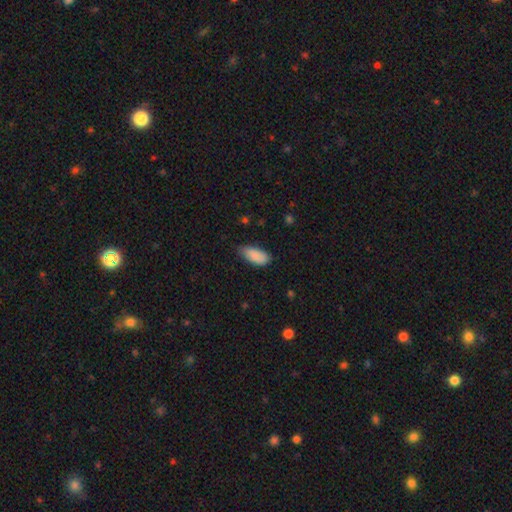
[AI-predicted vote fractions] Morphology: type=smooth (88%); roundness=in between (88%); merging=none (64%).